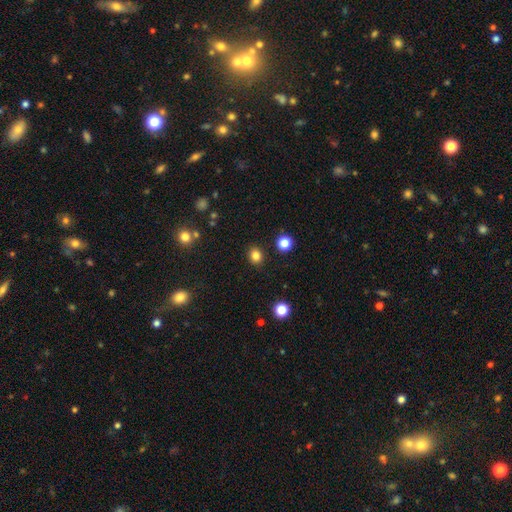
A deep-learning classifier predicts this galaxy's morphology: A smooth galaxy with no disk features (83%) that is round (69%). Merging: none (89%).